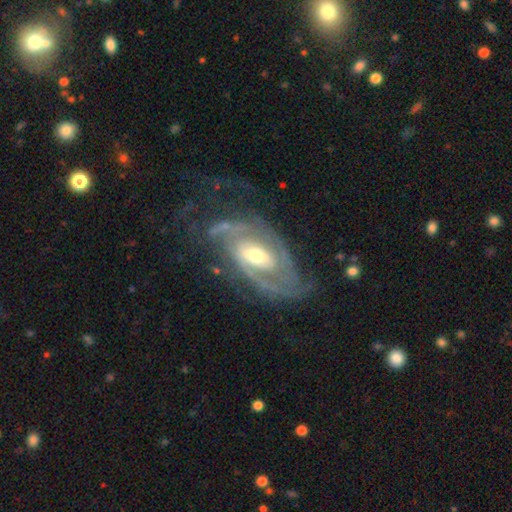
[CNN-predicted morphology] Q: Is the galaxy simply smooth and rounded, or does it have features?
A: featured or disk — 89%.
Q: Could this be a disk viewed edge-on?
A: no — 95%.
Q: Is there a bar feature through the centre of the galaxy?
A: no — 48%.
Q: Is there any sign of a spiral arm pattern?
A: yes — 95%.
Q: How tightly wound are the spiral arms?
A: tight — 55%.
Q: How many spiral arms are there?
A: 2 — 47%.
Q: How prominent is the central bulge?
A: moderate — 60%.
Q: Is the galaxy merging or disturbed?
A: none — 59%.